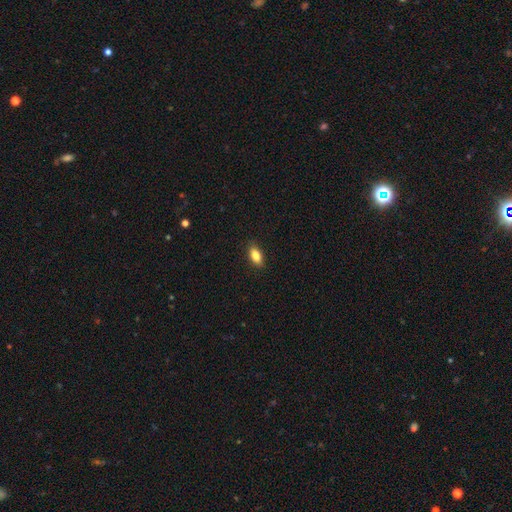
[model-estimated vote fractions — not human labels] smooth_or_featured: smooth (p=0.83) [alt: featured or disk p=0.09]
how_rounded: in between (p=0.87) [alt: cigar-shaped p=0.08]
merging: none (p=0.88) [alt: minor disturbance p=0.09]